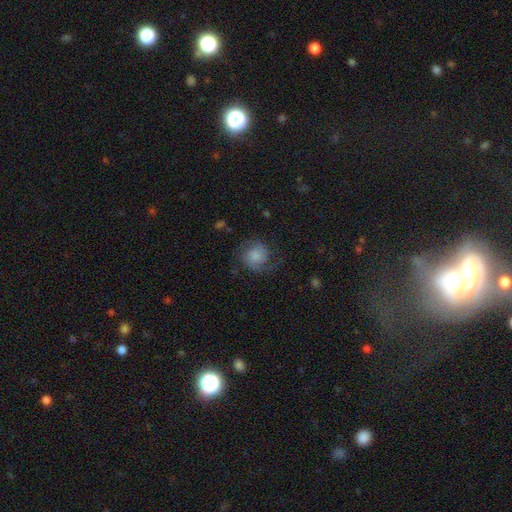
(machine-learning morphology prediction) The model was most divided on "smooth or featured": featured or disk: 50%, smooth: 41%, star or artifact: 9%. More confident: merging — none (60%).